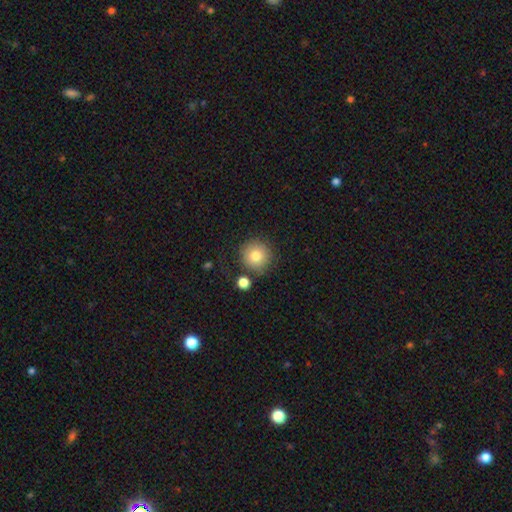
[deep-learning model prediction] Morphology: type=smooth (81%); roundness=round (94%); merging=none (79%).